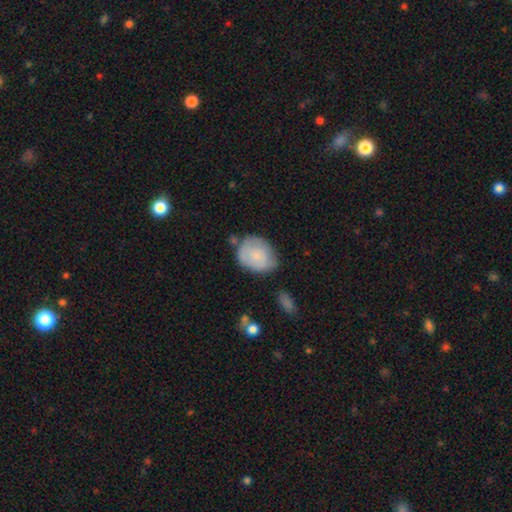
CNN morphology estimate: Smooth or featured?
  - smooth: 73% *
  - featured or disk: 20%
  - star or artifact: 6%
How rounded?
  - round: 51% *
  - in between: 48%
  - cigar-shaped: 1%
Merging?
  - none: 56% *
  - minor disturbance: 29%
  - major disturbance: 8%
  - merger: 7%